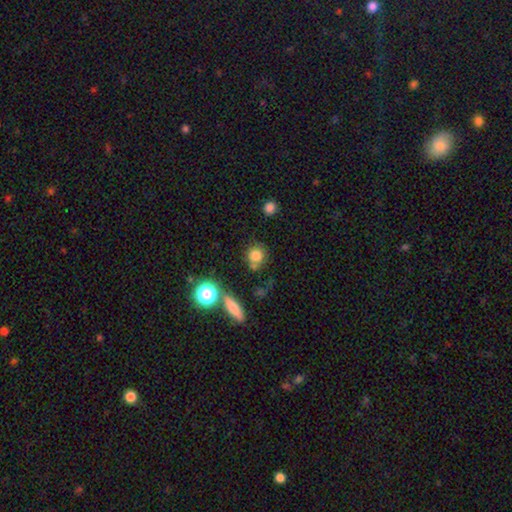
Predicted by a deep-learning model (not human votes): Smooth or featured?
  - smooth: 79% *
  - star or artifact: 12%
  - featured or disk: 9%
How rounded?
  - round: 83% *
  - in between: 15%
  - cigar-shaped: 2%
Merging?
  - none: 65% *
  - merger: 15%
  - minor disturbance: 15%
  - major disturbance: 5%